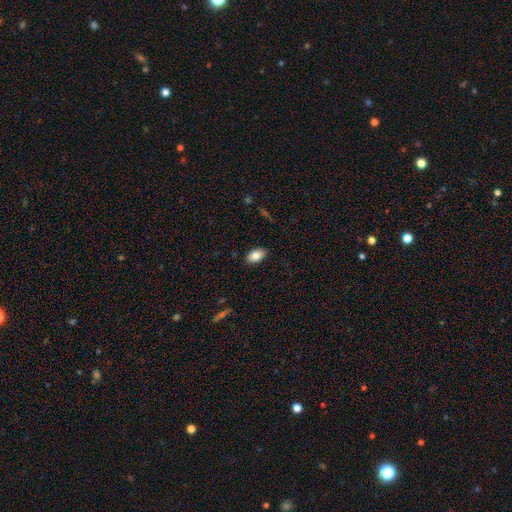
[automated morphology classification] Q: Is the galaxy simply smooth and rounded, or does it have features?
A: smooth — 83%.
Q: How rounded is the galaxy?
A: in between — 93%.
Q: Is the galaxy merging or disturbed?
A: none — 88%.